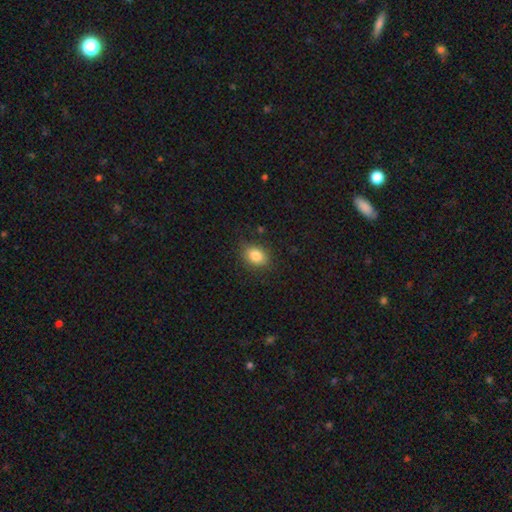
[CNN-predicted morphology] Smooth or featured: smooth — 83% (star or artifact — 9%)
How rounded: in between — 71% (round — 28%)
Merging: none — 83% (minor disturbance — 13%)